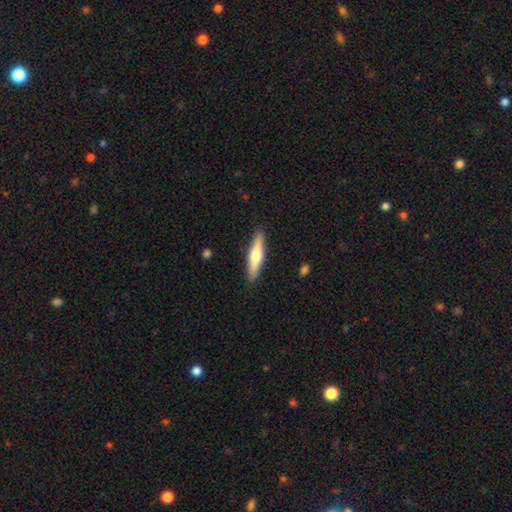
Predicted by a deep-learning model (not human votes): Q: Smooth or featured?
A: smooth (50%); runner-up: featured or disk (44%)
Q: How rounded?
A: cigar-shaped (81%); runner-up: in between (17%)
Q: Merging?
A: none (90%); runner-up: minor disturbance (7%)